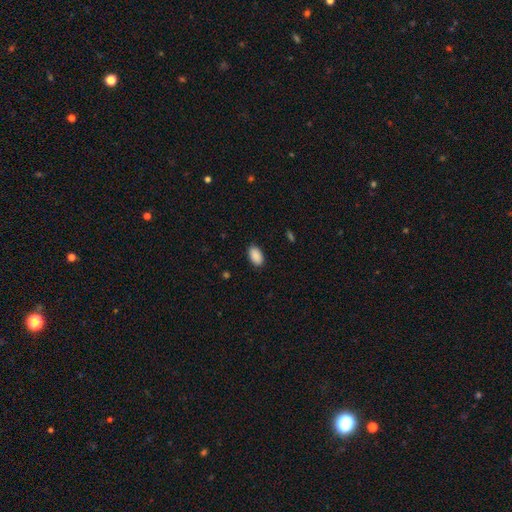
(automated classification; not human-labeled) smooth-or-featured: smooth: 90% | star or artifact: 7% | featured or disk: 3%
  how-rounded: in between: 94% | round: 5% | cigar-shaped: 1%
  merging: none: 88% | minor disturbance: 9% | major disturbance: 2% | merger: 1%